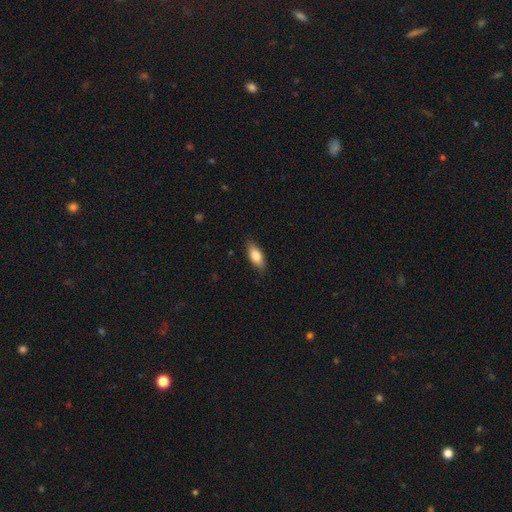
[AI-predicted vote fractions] A smooth galaxy with no disk features (77%) that is in between round and cigar-shaped (76%). Merging: none (86%).